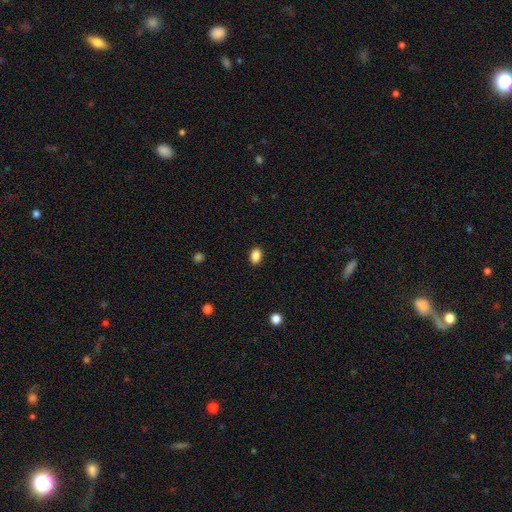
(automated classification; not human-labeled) smooth 88%, star or artifact 9%, featured or disk 3%. Down the decision tree: how rounded — in between (81%); merging — none (89%).